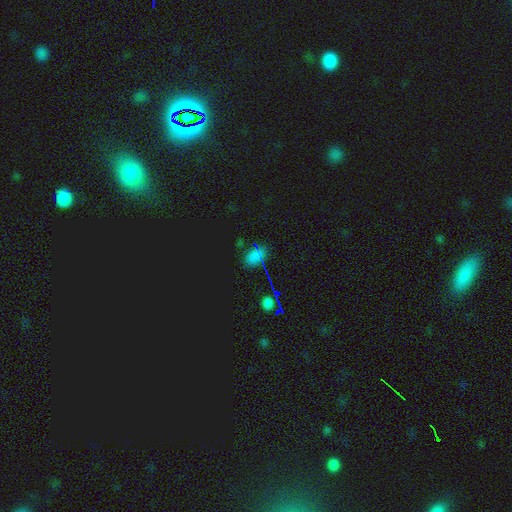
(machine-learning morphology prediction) This appears to be a smooth galaxy with no disk features (54%) that is in between round and cigar-shaped (80%). Merging: none (74%).